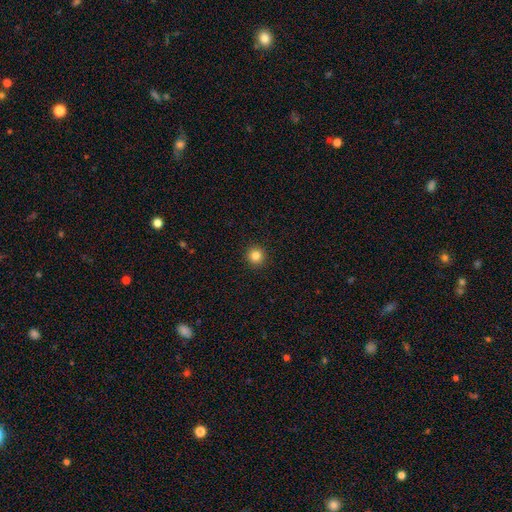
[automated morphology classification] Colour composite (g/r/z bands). It shows a smooth galaxy with no disk features (84%) that is round (95%). Merging: none (93%).